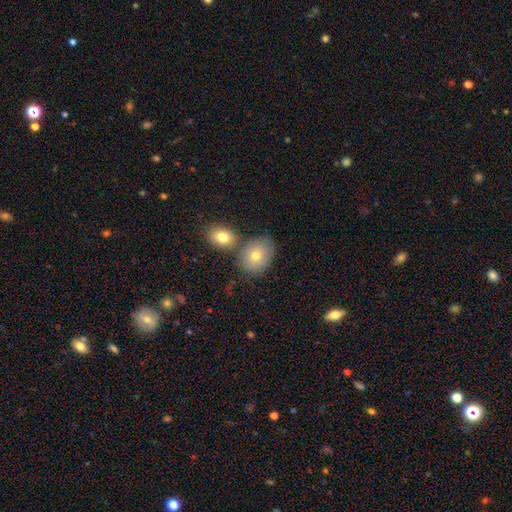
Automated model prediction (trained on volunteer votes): Smooth or featured?
  - smooth: 75% *
  - featured or disk: 15%
  - star or artifact: 10%
How rounded?
  - in between: 59% *
  - round: 40%
  - cigar-shaped: 1%
Merging?
  - none: 63% *
  - merger: 21%
  - minor disturbance: 13%
  - major disturbance: 4%